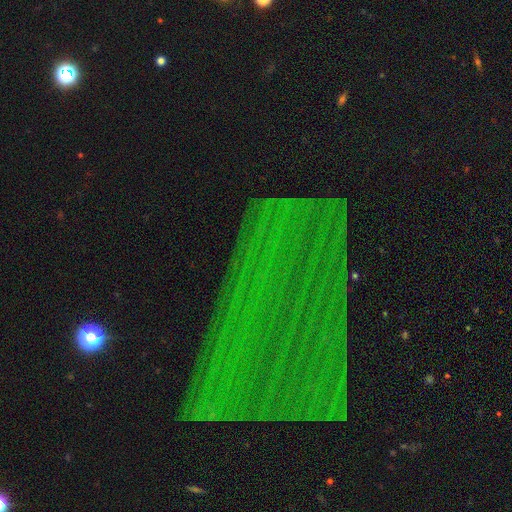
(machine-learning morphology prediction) Smooth or featured?
  - star or artifact: 78% *
  - featured or disk: 12%
  - smooth: 10%